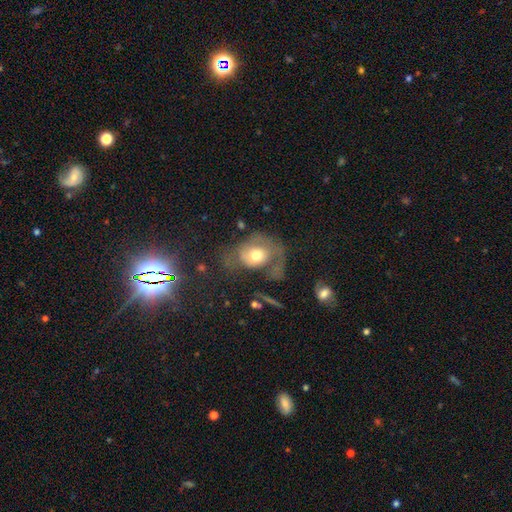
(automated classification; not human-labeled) A smooth galaxy with no disk features (55%) that is in between round and cigar-shaped (52%).

Vote fractions:
- Smooth or featured? smooth: 55% / featured or disk: 36% / star or artifact: 8%
- How rounded? in between: 52% / round: 46% / cigar-shaped: 1%
- Merging? major disturbance: 51% / none: 24% / minor disturbance: 20% / merger: 5%